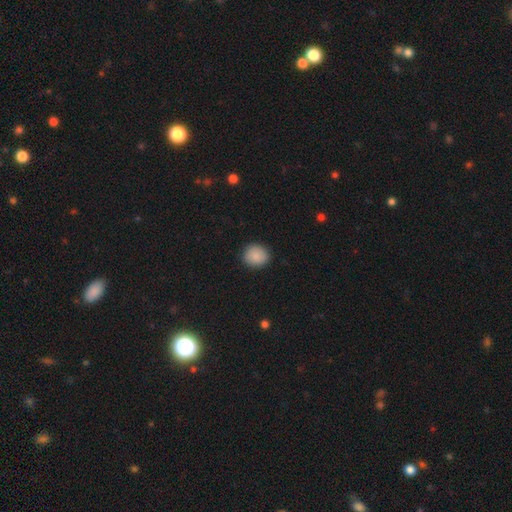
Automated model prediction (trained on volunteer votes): The model was most divided on "how rounded": round: 80%, in between: 19%, cigar-shaped: 1%. More confident: merging — none (89%); smooth or featured — smooth (88%).